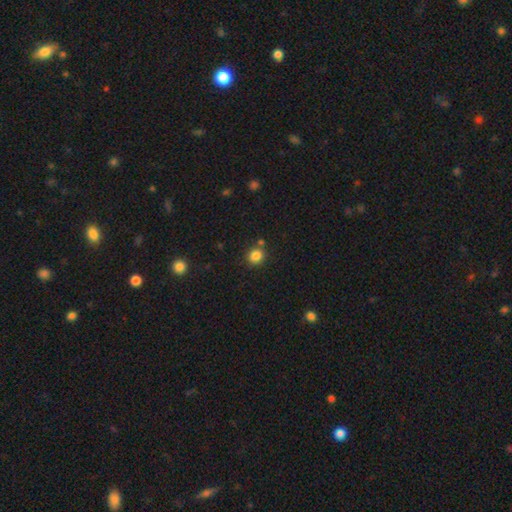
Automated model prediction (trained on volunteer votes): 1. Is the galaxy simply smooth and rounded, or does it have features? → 84% smooth, 12% star or artifact, 4% featured or disk.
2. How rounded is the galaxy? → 86% round, 14% in between, 1% cigar-shaped.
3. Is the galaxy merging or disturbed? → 79% none, 9% merger, 9% minor disturbance, 3% major disturbance.